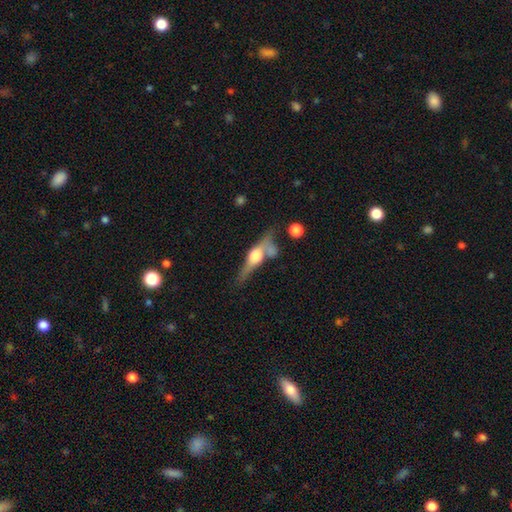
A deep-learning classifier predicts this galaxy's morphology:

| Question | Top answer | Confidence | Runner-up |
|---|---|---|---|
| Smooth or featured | featured or disk | 64% | smooth (29%) |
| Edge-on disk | yes | 88% | no (12%) |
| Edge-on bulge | rounded | 90% | boxy (7%) |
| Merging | none | 45% | merger (24%) |